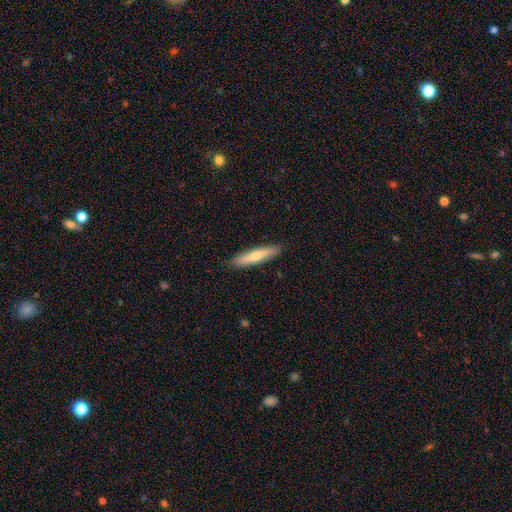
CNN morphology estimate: Q: Smooth or featured?
A: smooth (60%); runner-up: featured or disk (35%)
Q: How rounded?
A: cigar-shaped (86%); runner-up: in between (12%)
Q: Merging?
A: none (90%); runner-up: minor disturbance (8%)